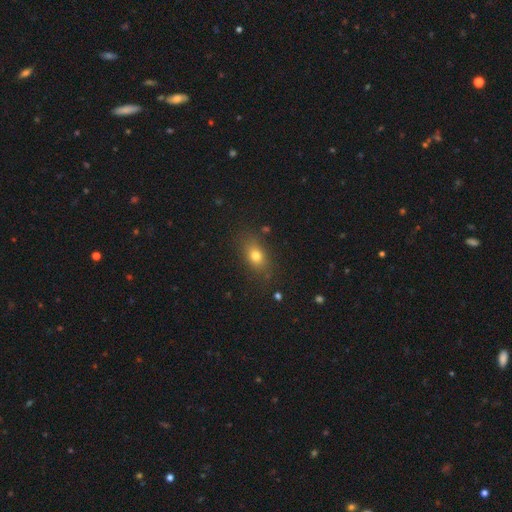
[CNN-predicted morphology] The model was most divided on "how rounded": in between: 72%, round: 23%, cigar-shaped: 5%. More confident: merging — none (79%); smooth or featured — smooth (75%).